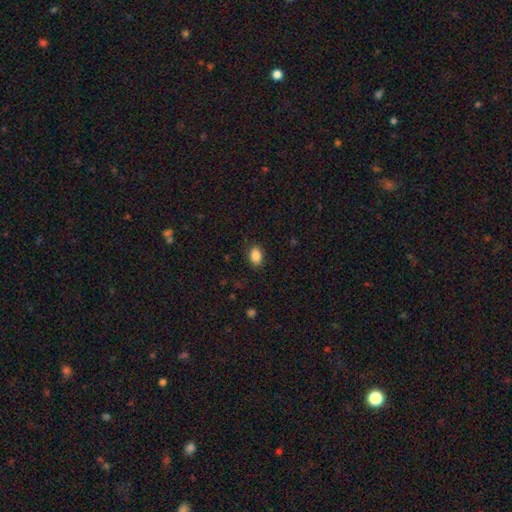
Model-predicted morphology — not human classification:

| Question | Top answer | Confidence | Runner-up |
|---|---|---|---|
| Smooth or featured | smooth | 87% | star or artifact (8%) |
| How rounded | in between | 80% | round (19%) |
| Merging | none | 86% | minor disturbance (10%) |